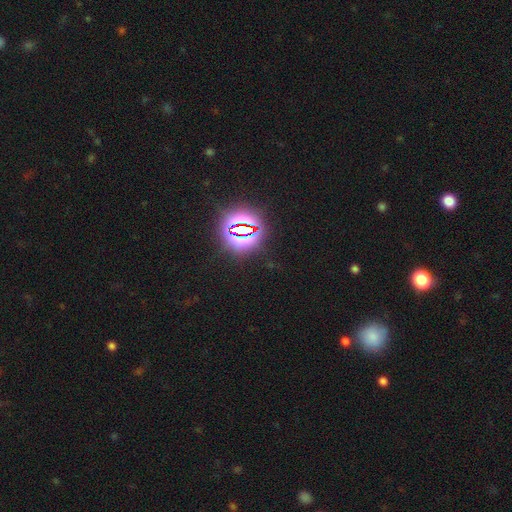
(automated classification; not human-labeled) star or artifact 82%, smooth 12%, featured or disk 6%.